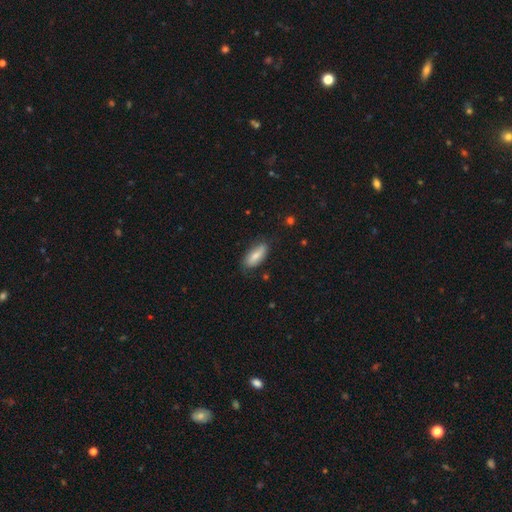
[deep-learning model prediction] Overall: smooth (76%). How rounded: in between (76%). Merging: none (75%).